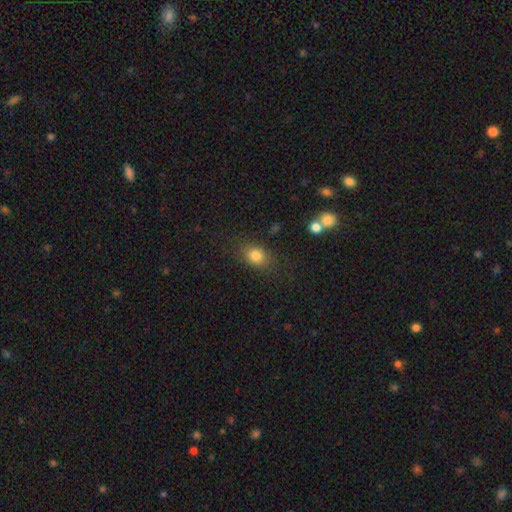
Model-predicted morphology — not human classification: The model was most divided on "how rounded": in between: 58%, round: 40%, cigar-shaped: 2%. More confident: smooth or featured — smooth (81%); merging — none (79%).